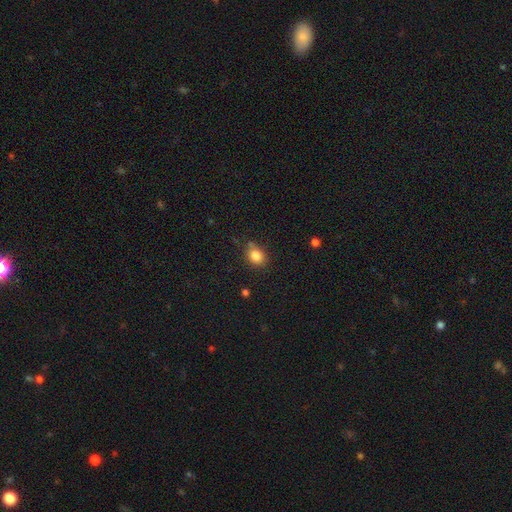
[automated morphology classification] This is clearly a smooth galaxy (84%). How rounded: possibly round (59%). Merging: likely none (72%).